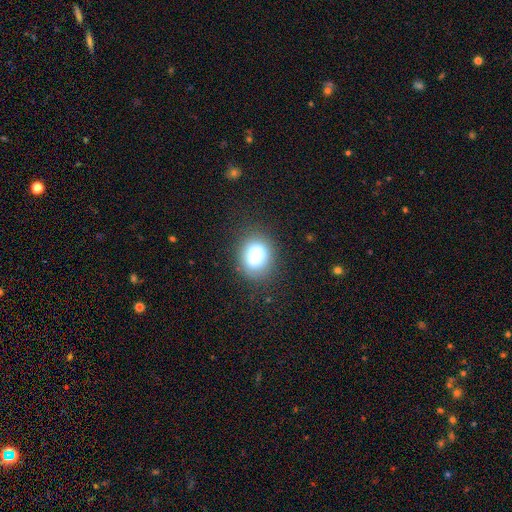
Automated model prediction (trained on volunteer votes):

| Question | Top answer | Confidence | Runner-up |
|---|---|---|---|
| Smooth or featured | smooth | 74% | featured or disk (15%) |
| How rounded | round | 53% | in between (45%) |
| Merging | none | 74% | minor disturbance (16%) |